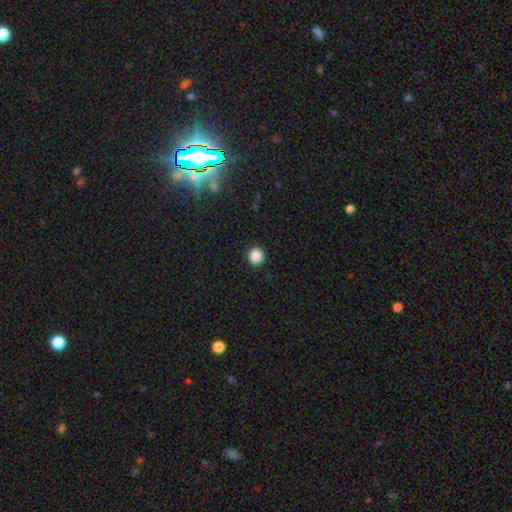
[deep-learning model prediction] smooth_or_featured: smooth (p=0.87) [alt: star or artifact p=0.10]
how_rounded: round (p=0.92) [alt: in between p=0.07]
merging: none (p=0.92) [alt: minor disturbance p=0.05]